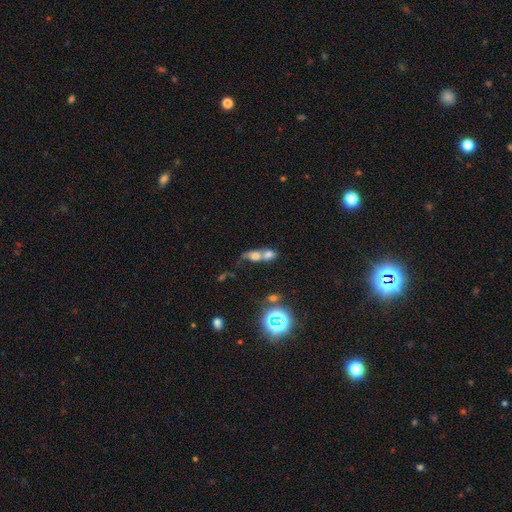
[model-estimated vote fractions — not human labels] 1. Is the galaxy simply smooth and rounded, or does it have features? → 59% smooth, 23% featured or disk, 18% star or artifact.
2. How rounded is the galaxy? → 53% in between, 39% round, 8% cigar-shaped.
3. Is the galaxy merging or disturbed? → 73% merger, 14% none, 7% major disturbance, 6% minor disturbance.